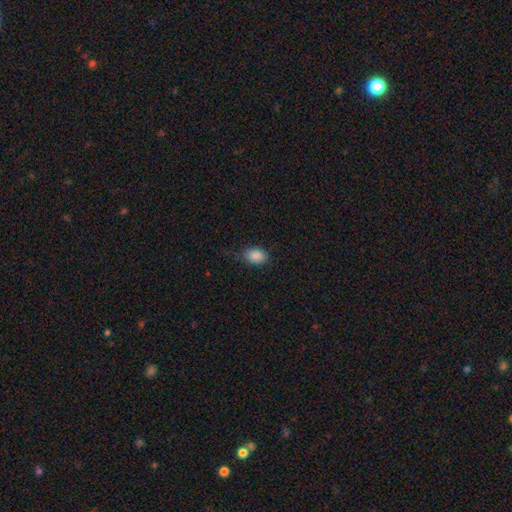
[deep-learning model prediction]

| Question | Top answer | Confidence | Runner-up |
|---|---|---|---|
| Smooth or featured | smooth | 88% | star or artifact (8%) |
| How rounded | in between | 85% | round (14%) |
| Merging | none | 75% | minor disturbance (19%) |